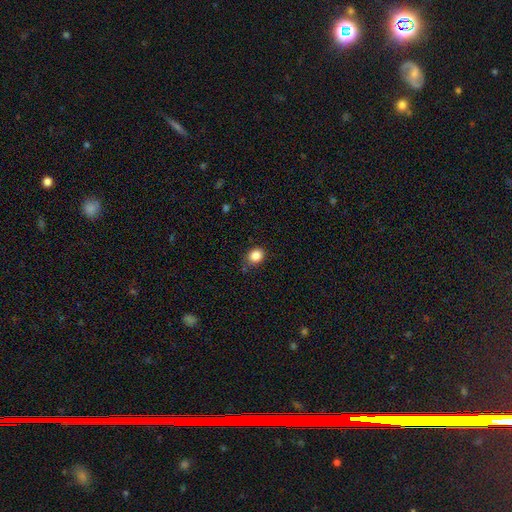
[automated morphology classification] smooth-or-featured: smooth: 86% | star or artifact: 10% | featured or disk: 4%
  how-rounded: round: 54% | in between: 45% | cigar-shaped: 1%
  merging: none: 77% | minor disturbance: 17% | major disturbance: 4% | merger: 3%